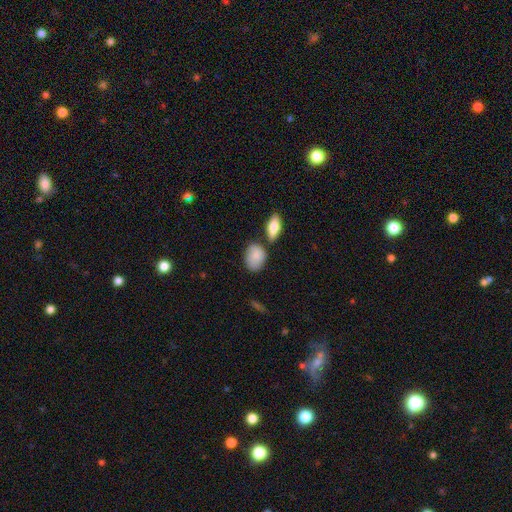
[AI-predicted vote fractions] The model was most divided on "merging": none: 62%, minor disturbance: 23%, merger: 10%, major disturbance: 5%. More confident: smooth or featured — smooth (84%); how rounded — in between (70%).